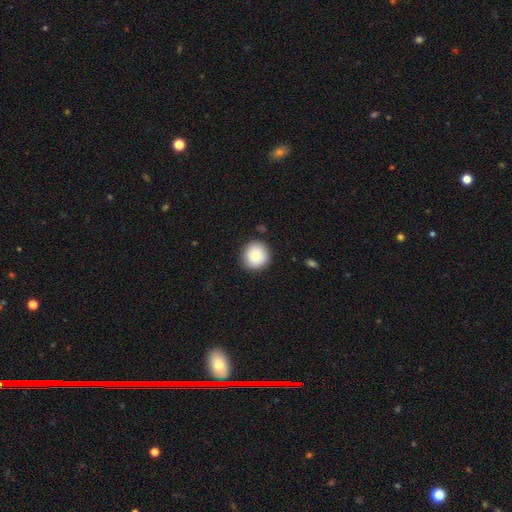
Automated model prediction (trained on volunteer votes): smooth_or_featured: smooth (p=0.79) [alt: featured or disk p=0.12]
how_rounded: round (p=0.94) [alt: in between p=0.05]
merging: none (p=0.89) [alt: minor disturbance p=0.08]